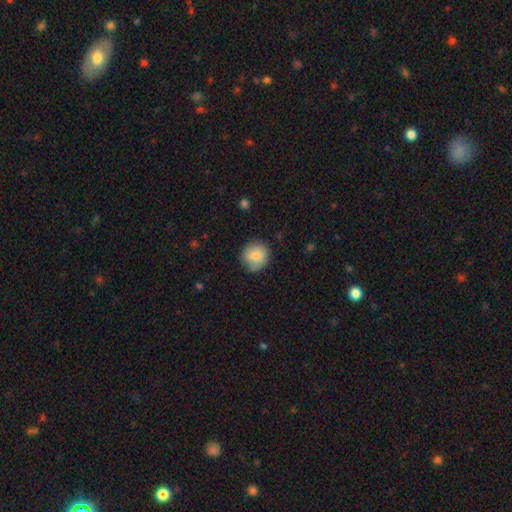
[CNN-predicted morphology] This is clearly a smooth galaxy (82%). How rounded: clearly round (87%). Merging: likely none (75%).